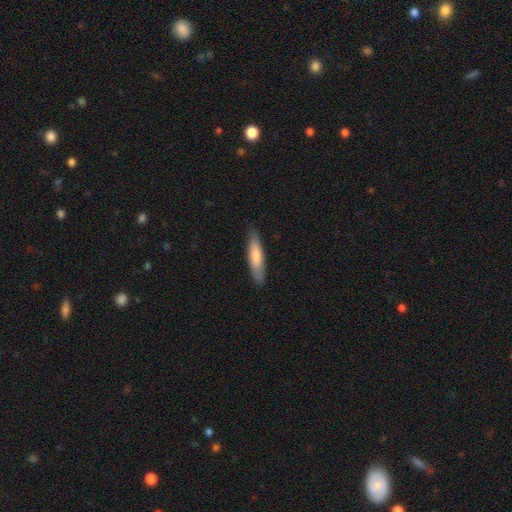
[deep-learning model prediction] Overall: smooth (67%; featured or disk 27%). How rounded: cigar-shaped (79%). Merging: none (85%).